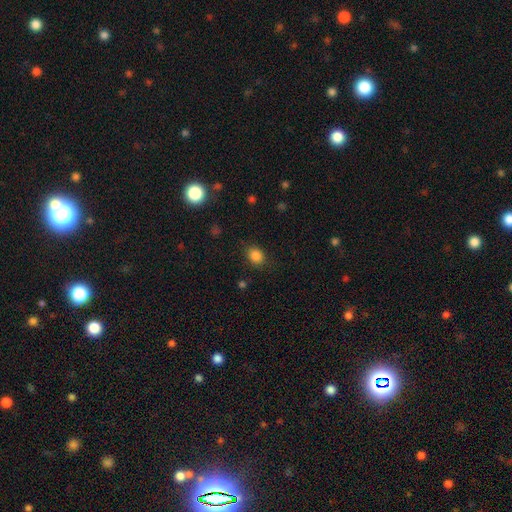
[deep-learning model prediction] This appears to be a smooth galaxy with no disk features (85%) that is round (54%). Merging: none (84%).